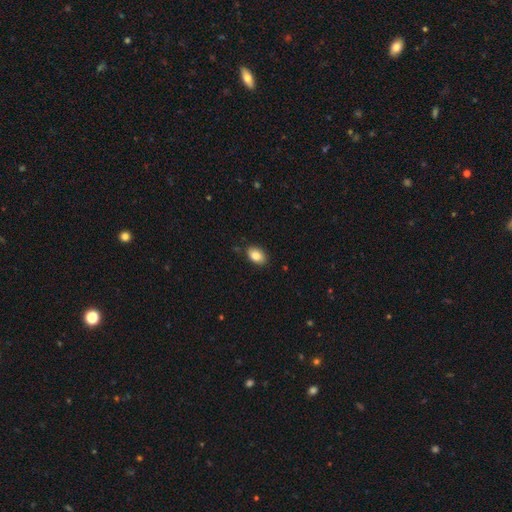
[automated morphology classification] Smooth or featured? Predicted: smooth (p=0.86). How rounded? Predicted: in between (p=0.87). Merging? Predicted: none (p=0.86).